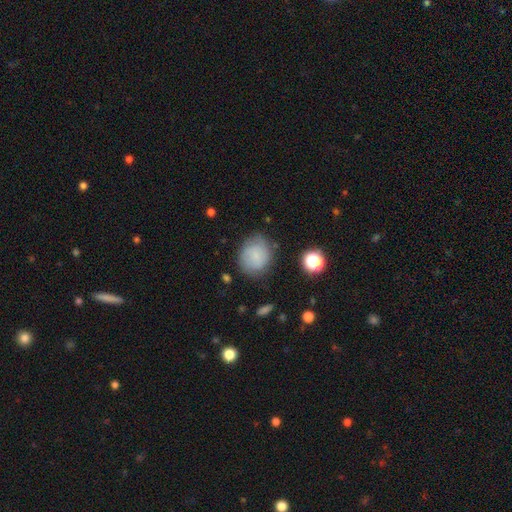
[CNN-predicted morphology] Smooth or featured: smooth — 74% (featured or disk — 17%)
How rounded: round — 70% (in between — 29%)
Merging: none — 72% (minor disturbance — 20%)